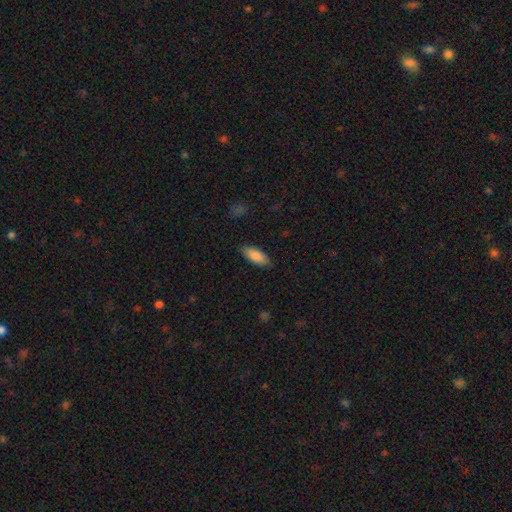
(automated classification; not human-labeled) This appears to be a smooth galaxy with no disk features (86%) that is in between round and cigar-shaped (79%). Merging: none (85%).